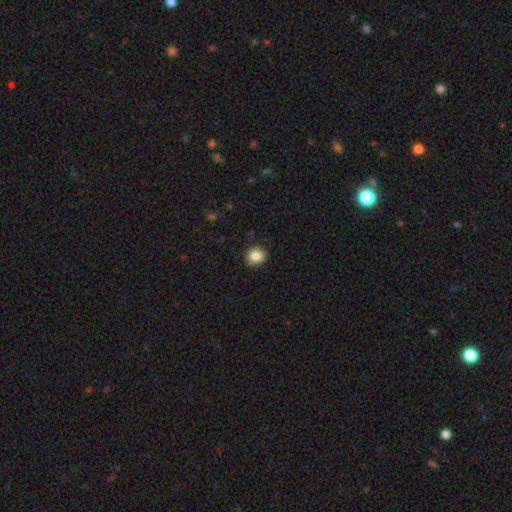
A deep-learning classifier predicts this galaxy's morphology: The model was most divided on "how rounded": round: 83%, in between: 16%, cigar-shaped: 1%. More confident: merging — none (89%); smooth or featured — smooth (85%).